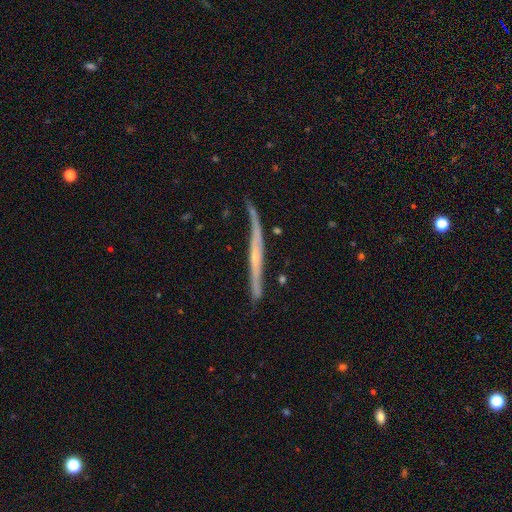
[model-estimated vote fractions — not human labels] smooth-or-featured: featured or disk: 74% | smooth: 20% | star or artifact: 6%
  disk-edge-on: yes: 94% | no: 6%
    edge-on-bulge: none: 57% | rounded: 36% | boxy: 7%
  merging: none: 66% | minor disturbance: 25% | major disturbance: 6% | merger: 3%